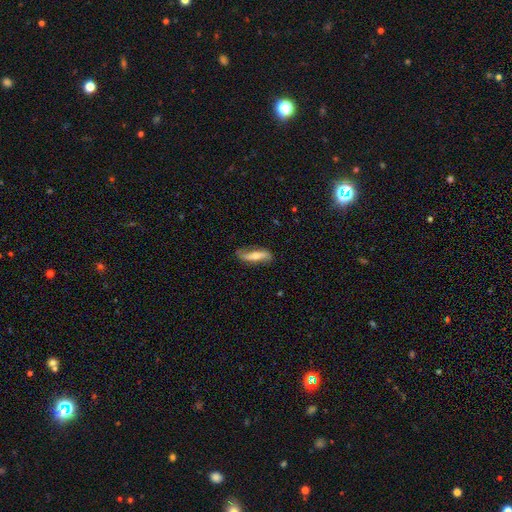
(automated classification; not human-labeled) This is possibly a featured or disk galaxy (55%). It is possibly not viewed edge-on (59%). Merging: likely none (72%).